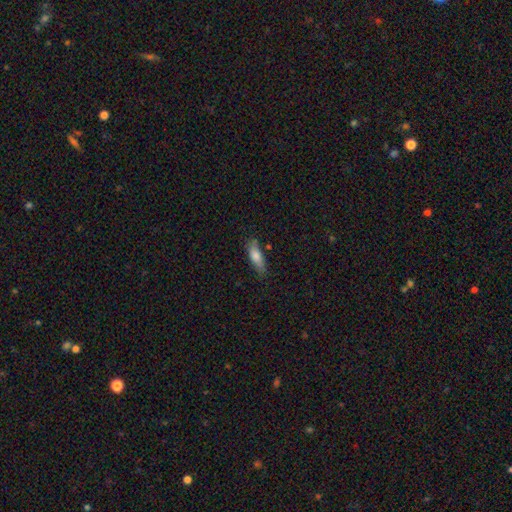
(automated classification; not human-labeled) Overall: smooth (77%). How rounded: in between (51%; cigar-shaped 47%). Merging: none (72%).